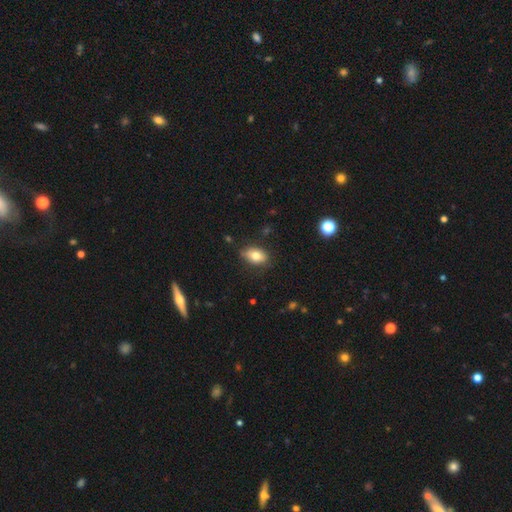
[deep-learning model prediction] Smooth or featured? Predicted: smooth (p=0.76). How rounded? Predicted: in between (p=0.85). Merging? Predicted: none (p=0.78).